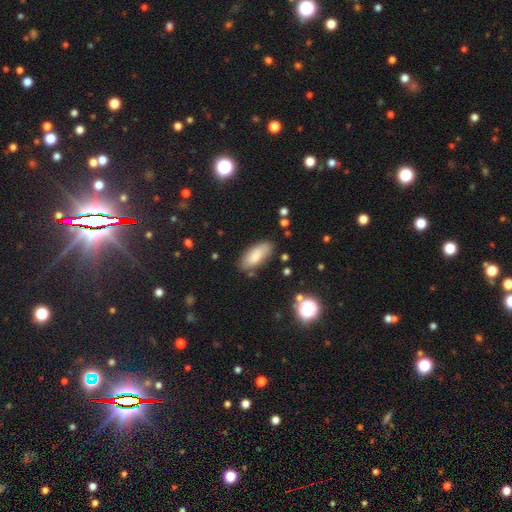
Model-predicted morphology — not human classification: This appears to be a smooth galaxy with no disk features (78%) that is in between round and cigar-shaped (85%). Merging: none (78%).